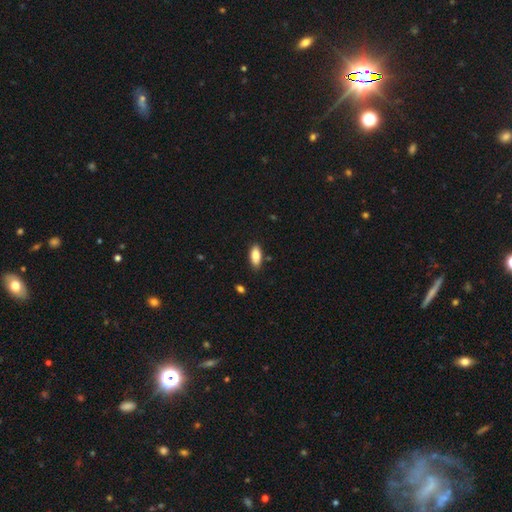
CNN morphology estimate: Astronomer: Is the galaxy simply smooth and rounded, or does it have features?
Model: smooth — 87%.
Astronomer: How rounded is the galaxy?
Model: in between — 87%.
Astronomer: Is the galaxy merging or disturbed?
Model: none — 85%.